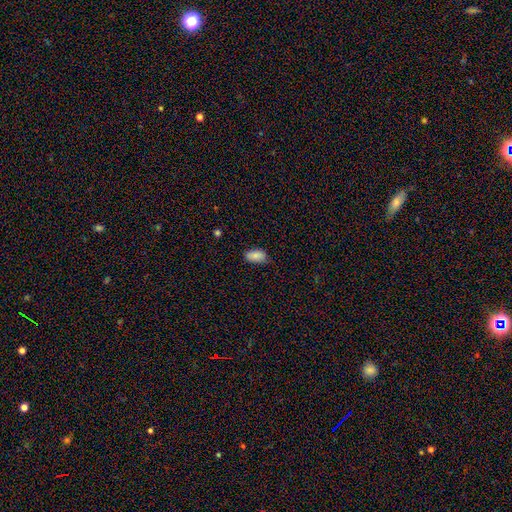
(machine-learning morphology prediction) Smooth or featured: smooth — 84% (featured or disk — 8%)
How rounded: in between — 93% (round — 4%)
Merging: none — 78% (minor disturbance — 18%)